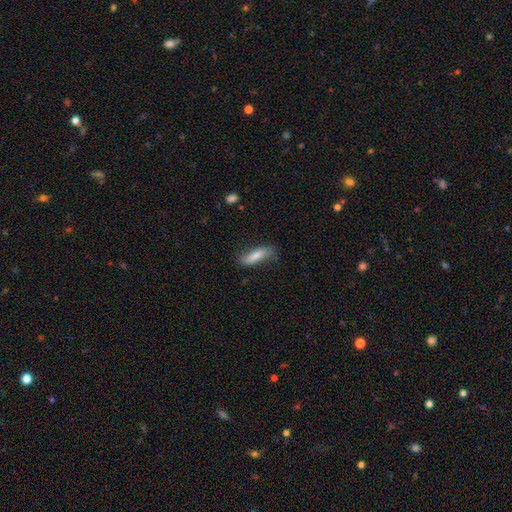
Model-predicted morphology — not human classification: Q: Smooth or featured?
A: smooth (76%); runner-up: featured or disk (18%)
Q: How rounded?
A: cigar-shaped (50%); runner-up: in between (48%)
Q: Merging?
A: none (68%); runner-up: minor disturbance (24%)